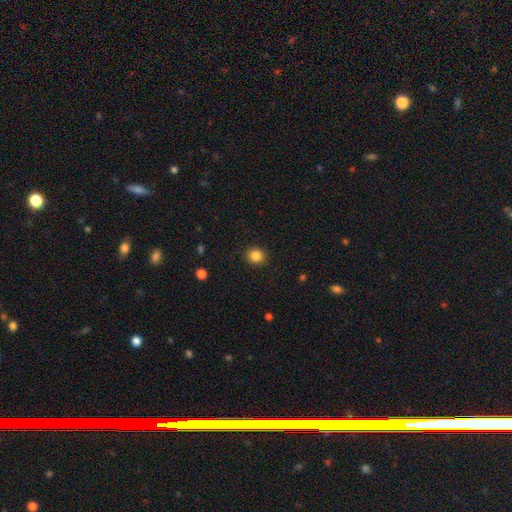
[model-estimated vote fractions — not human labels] Q: Smooth or featured?
A: smooth (85%); runner-up: star or artifact (11%)
Q: How rounded?
A: round (83%); runner-up: in between (16%)
Q: Merging?
A: none (91%); runner-up: minor disturbance (6%)